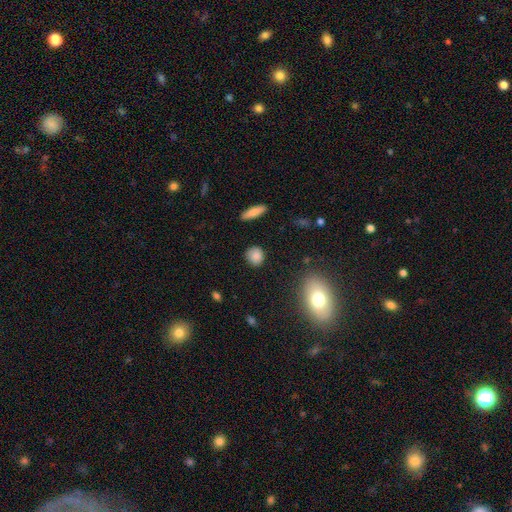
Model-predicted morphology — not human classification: Smooth or featured? smooth (85%)
How rounded? round (82%)
Merging? none (87%)